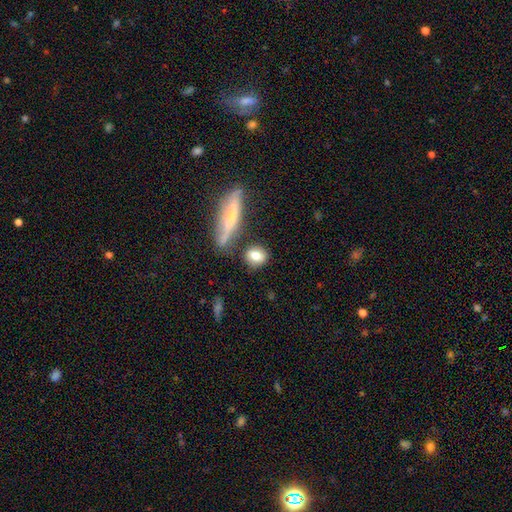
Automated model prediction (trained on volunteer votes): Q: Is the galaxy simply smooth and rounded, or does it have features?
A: smooth — 77%.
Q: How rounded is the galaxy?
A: round — 54%.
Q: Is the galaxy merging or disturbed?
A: none — 75%.